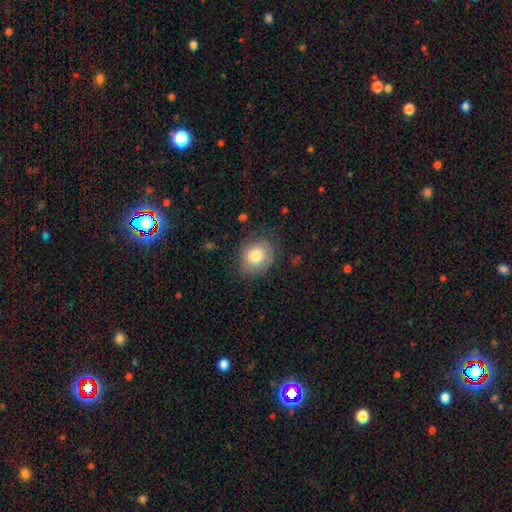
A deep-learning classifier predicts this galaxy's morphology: Q: Smooth or featured?
A: smooth (79%); runner-up: featured or disk (13%)
Q: How rounded?
A: round (58%); runner-up: in between (41%)
Q: Merging?
A: none (73%); runner-up: minor disturbance (20%)